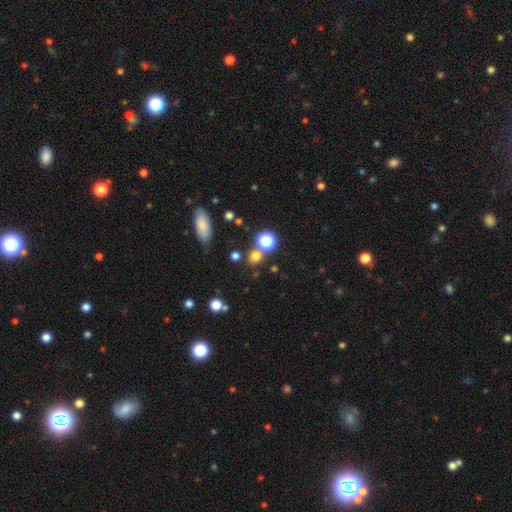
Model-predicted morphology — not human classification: A smooth galaxy with no disk features (71%) that is round (81%). Merging: none (73%).